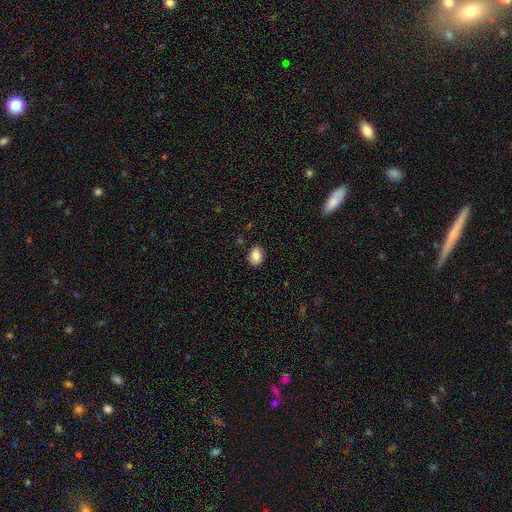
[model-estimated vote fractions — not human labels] Smooth or featured? Predicted: smooth (p=0.86). How rounded? Predicted: in between (p=0.59). Merging? Predicted: none (p=0.87).